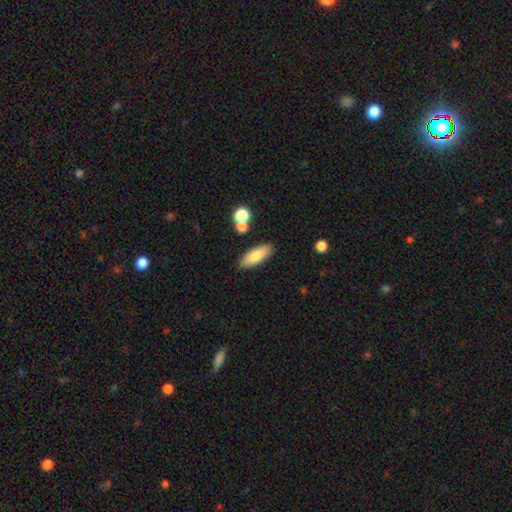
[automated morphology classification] A smooth galaxy with no disk features (79%) that is in between round and cigar-shaped (62%). Merging: none (83%).